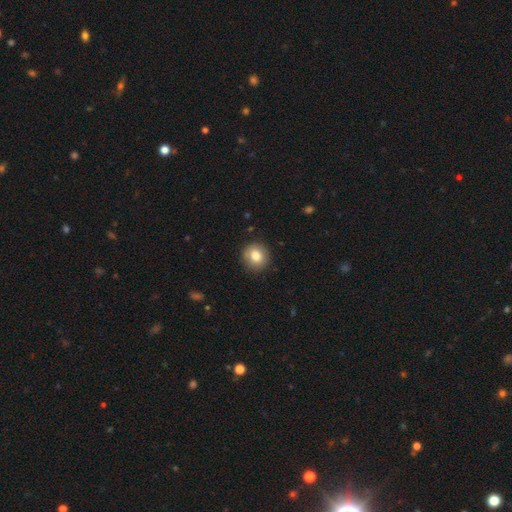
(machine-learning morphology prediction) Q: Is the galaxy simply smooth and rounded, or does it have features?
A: smooth — 81%.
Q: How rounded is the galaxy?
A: round — 90%.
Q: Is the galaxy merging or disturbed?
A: none — 89%.